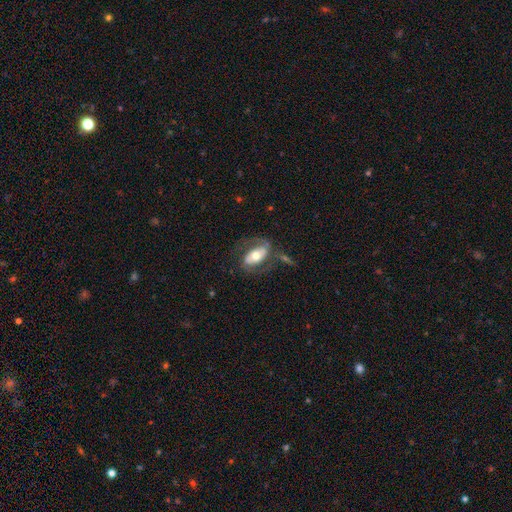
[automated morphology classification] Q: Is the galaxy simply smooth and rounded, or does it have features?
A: featured or disk — 58%.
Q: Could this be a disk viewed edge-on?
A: no — 90%.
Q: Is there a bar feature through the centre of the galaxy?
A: no — 50%.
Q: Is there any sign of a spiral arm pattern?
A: yes — 62%.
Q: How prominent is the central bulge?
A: moderate — 68%.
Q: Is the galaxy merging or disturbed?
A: none — 56%.